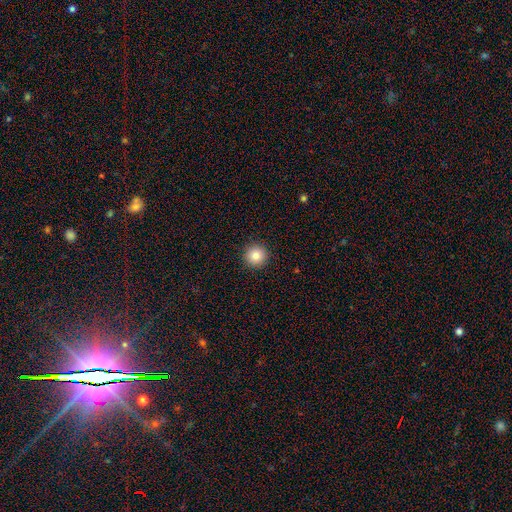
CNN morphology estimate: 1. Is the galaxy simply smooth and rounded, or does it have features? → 84% smooth, 10% star or artifact, 6% featured or disk.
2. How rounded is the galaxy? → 95% round, 4% in between, 1% cigar-shaped.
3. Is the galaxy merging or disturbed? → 93% none, 5% minor disturbance, 2% major disturbance, 1% merger.